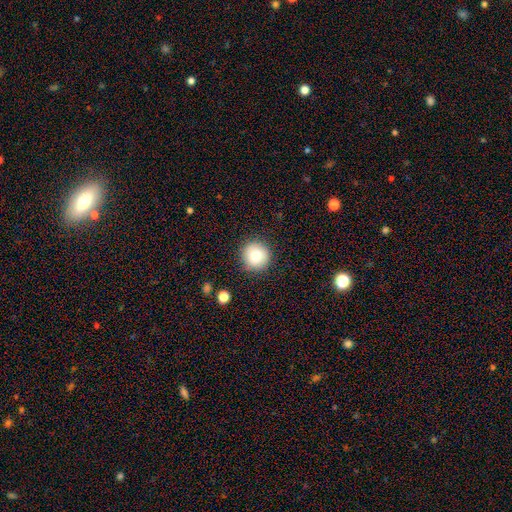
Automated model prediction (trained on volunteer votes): Q: Smooth or featured?
A: smooth (82%); runner-up: star or artifact (9%)
Q: How rounded?
A: round (93%); runner-up: in between (6%)
Q: Merging?
A: none (88%); runner-up: minor disturbance (8%)